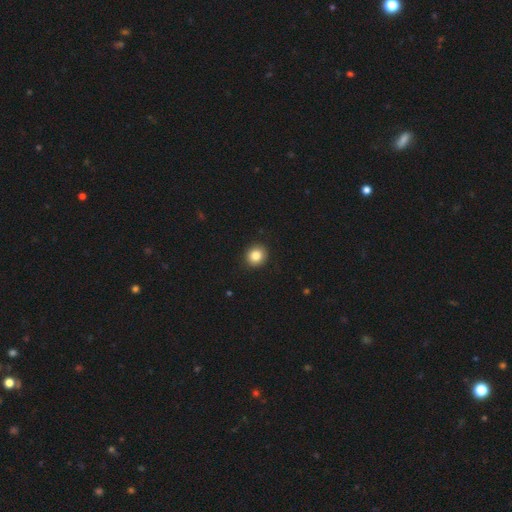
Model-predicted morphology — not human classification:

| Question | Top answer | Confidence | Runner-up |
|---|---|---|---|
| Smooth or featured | smooth | 86% | star or artifact (10%) |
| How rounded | round | 85% | in between (14%) |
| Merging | none | 92% | minor disturbance (5%) |